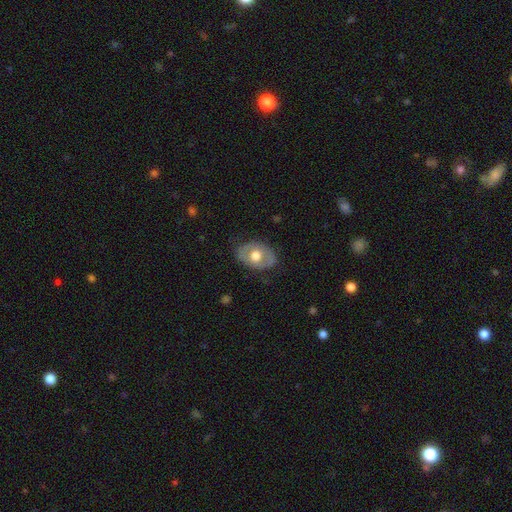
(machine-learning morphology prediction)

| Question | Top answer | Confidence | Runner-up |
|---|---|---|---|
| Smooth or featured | smooth | 50% | featured or disk (44%) |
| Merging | none | 78% | minor disturbance (16%) |